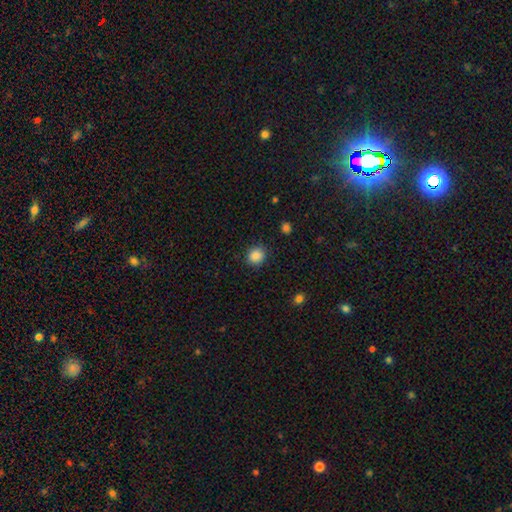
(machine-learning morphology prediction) Smooth or featured? Predicted: smooth (p=0.87). How rounded? Predicted: round (p=0.85). Merging? Predicted: none (p=0.87).